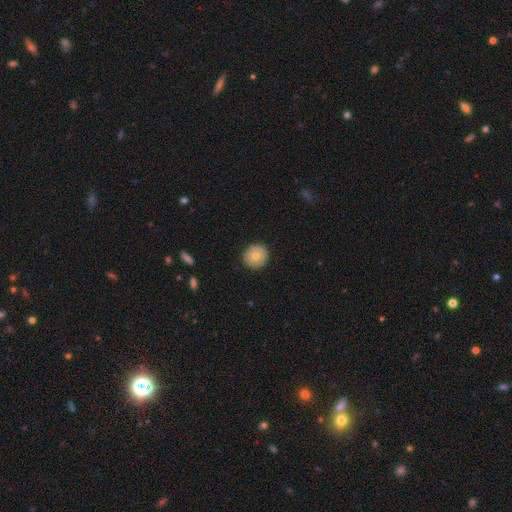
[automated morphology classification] A smooth galaxy with no disk features (72%) that is round (91%). Merging: none (91%).